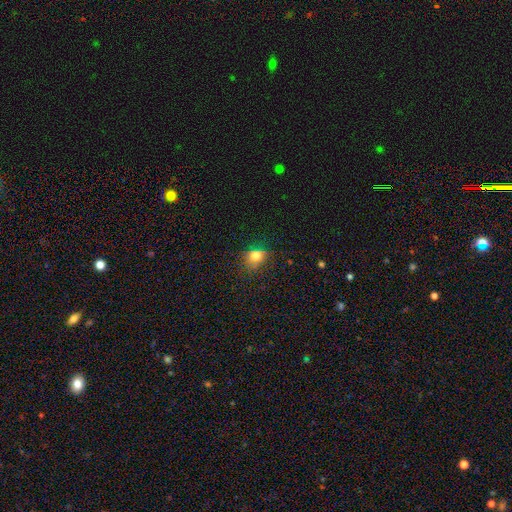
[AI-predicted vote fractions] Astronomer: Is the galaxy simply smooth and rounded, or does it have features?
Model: smooth — 76%.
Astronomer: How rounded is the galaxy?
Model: round — 68%.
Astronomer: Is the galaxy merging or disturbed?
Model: none — 68%.